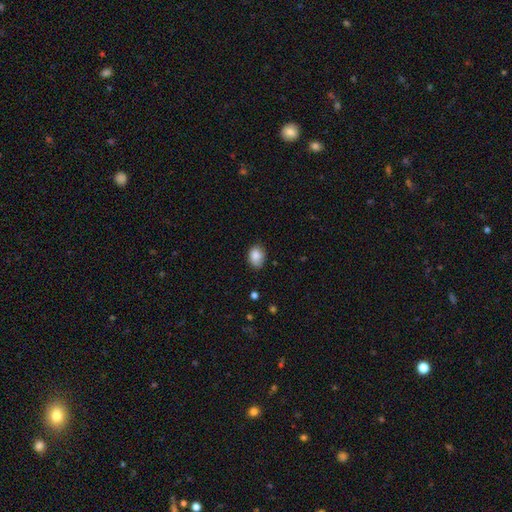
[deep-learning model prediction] The model was most divided on "how rounded": in between: 71%, round: 28%, cigar-shaped: 1%. More confident: smooth or featured — smooth (85%); merging — none (74%).